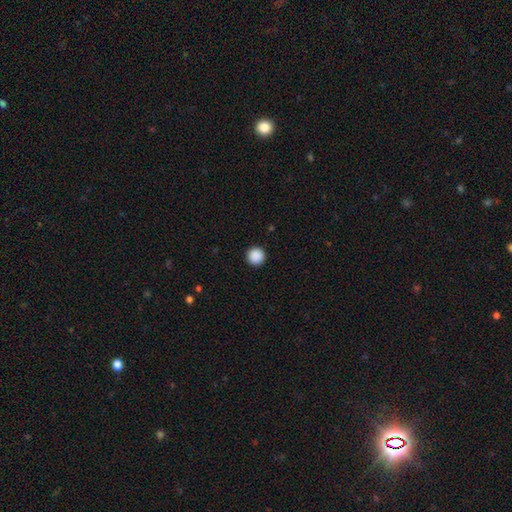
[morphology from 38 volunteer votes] Smooth or featured?
  - smooth: 89% *
  - star or artifact: 8%
  - featured or disk: 3%
How rounded?
  - round: 100% *
  - in between: 0%
  - cigar-shaped: 0%
Merging?
  - none: 94% *
  - minor disturbance: 3%
  - major disturbance: 3%
  - merger: 0%